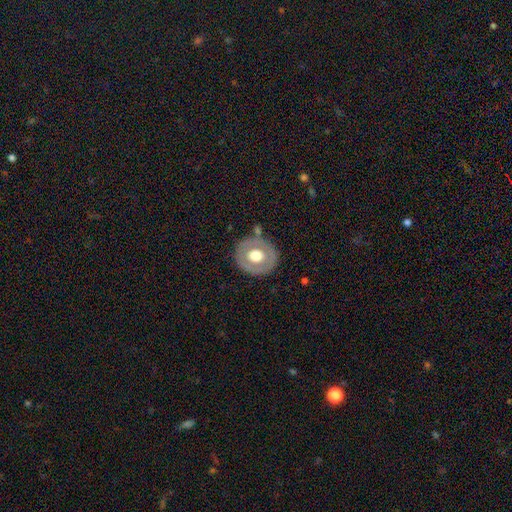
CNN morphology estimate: The model was most divided on "smooth or featured": smooth: 49%, featured or disk: 45%, star or artifact: 6%. More confident: merging — none (80%).